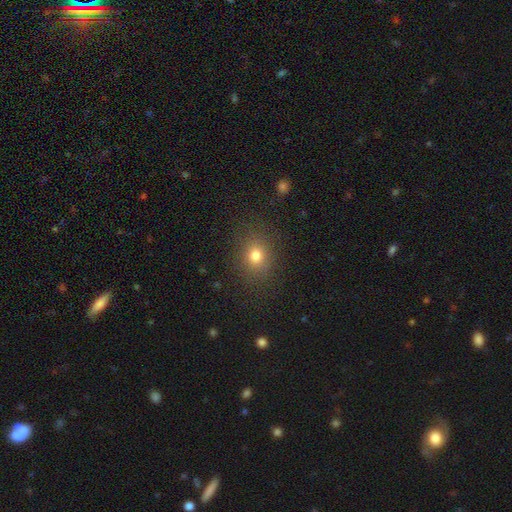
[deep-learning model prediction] Smooth or featured: smooth — 77% (star or artifact — 15%)
How rounded: round — 69% (in between — 30%)
Merging: none — 86% (minor disturbance — 9%)